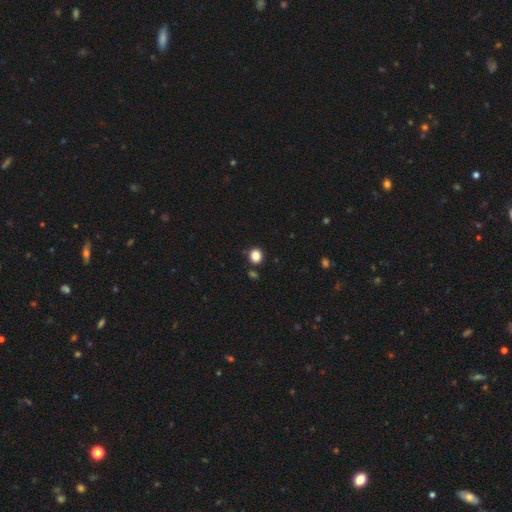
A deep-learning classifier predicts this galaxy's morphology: The model was most divided on "how rounded": round: 78%, in between: 21%, cigar-shaped: 1%. More confident: smooth or featured — smooth (85%); merging — none (83%).